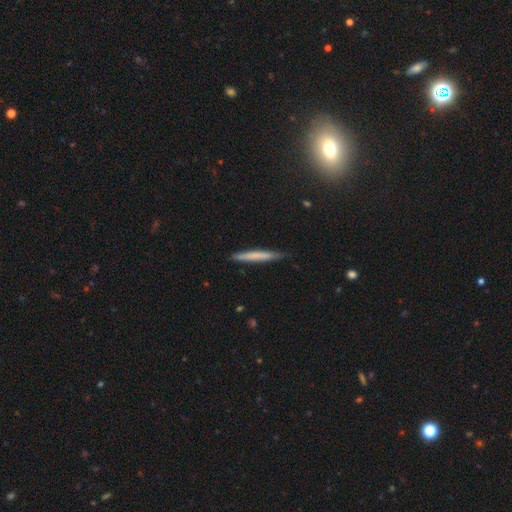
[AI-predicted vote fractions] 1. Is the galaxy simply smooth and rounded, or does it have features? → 66% smooth, 28% featured or disk, 6% star or artifact.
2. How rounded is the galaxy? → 96% cigar-shaped, 2% in between, 1% round.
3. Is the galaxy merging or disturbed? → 86% none, 11% minor disturbance, 2% major disturbance, 1% merger.